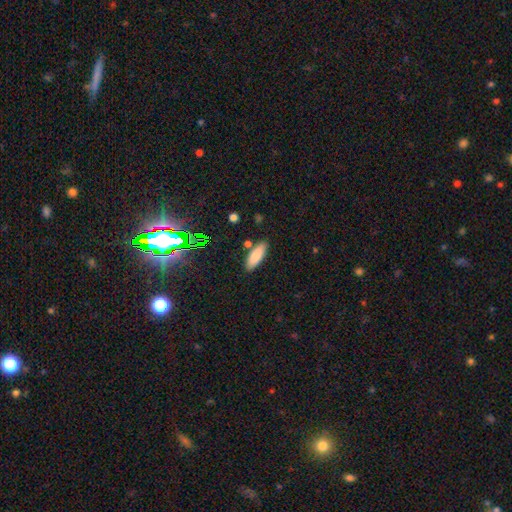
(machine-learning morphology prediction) smooth_or_featured: smooth (p=0.81) [alt: featured or disk p=0.10]
how_rounded: in between (p=0.68) [alt: cigar-shaped p=0.29]
merging: none (p=0.83) [alt: minor disturbance p=0.10]